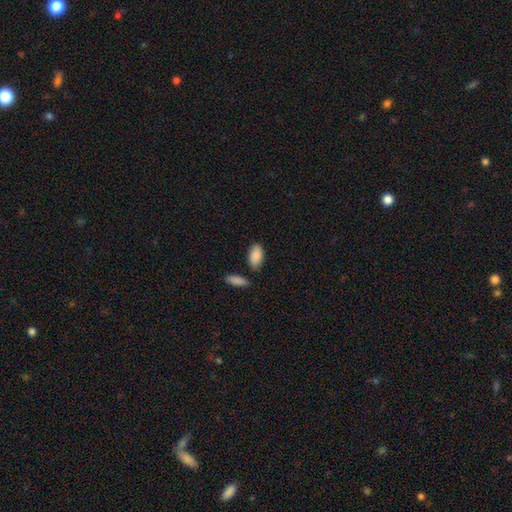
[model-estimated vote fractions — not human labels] Q: Smooth or featured?
A: smooth (89%); runner-up: star or artifact (6%)
Q: How rounded?
A: in between (93%); runner-up: cigar-shaped (4%)
Q: Merging?
A: none (77%); runner-up: minor disturbance (13%)